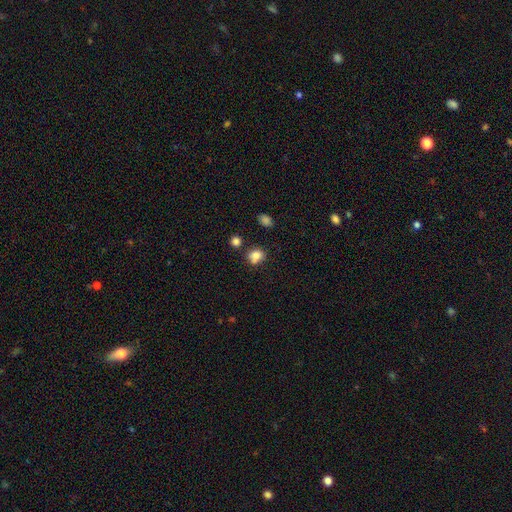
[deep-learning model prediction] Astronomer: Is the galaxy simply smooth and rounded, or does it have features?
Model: smooth — 80%.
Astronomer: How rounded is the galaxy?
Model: round — 62%.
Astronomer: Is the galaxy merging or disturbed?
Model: none — 59%.